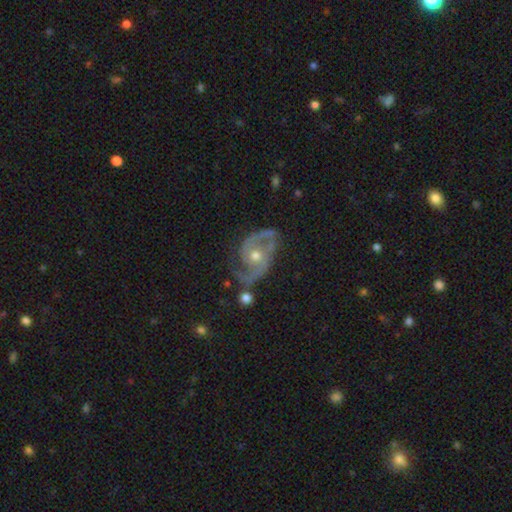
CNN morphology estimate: type=featured or disk (91%); edge-on=no (98%); bar=no (70%); spiral arms=yes (97%); winding=medium (56%); arm count=2 (90%); bulge=moderate (63%); merging=none (67%).